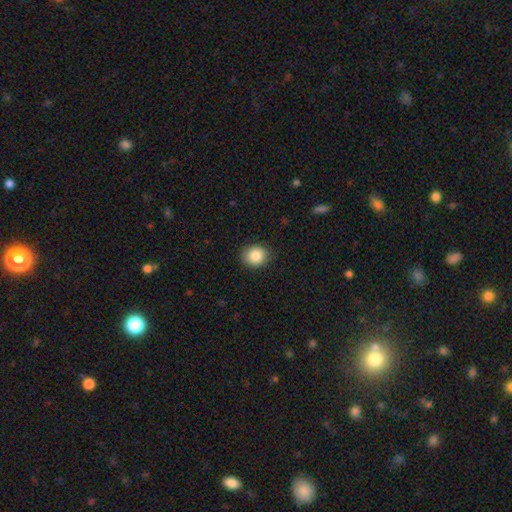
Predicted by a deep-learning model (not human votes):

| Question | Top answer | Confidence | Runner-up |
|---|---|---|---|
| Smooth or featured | smooth | 87% | star or artifact (9%) |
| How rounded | round | 74% | in between (25%) |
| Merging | none | 87% | minor disturbance (9%) |